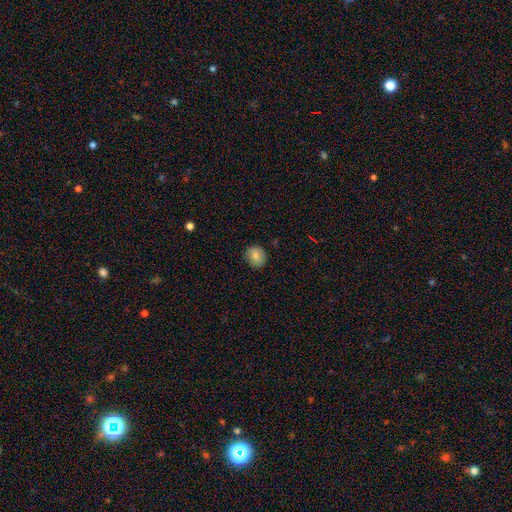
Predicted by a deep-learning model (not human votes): A smooth galaxy with no disk features (80%) that is round (74%). Merging: none (84%).